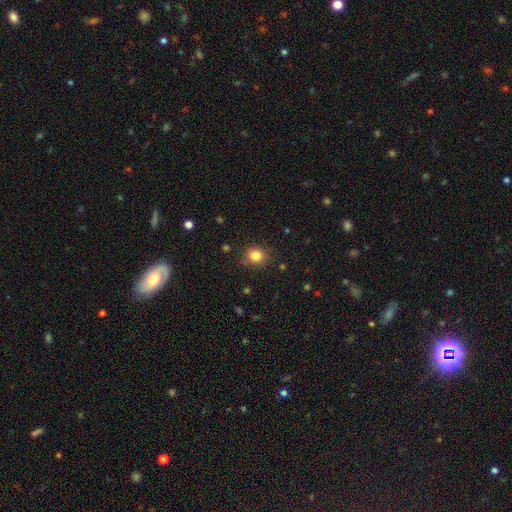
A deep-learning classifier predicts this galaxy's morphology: Smooth or featured: smooth — 83% (star or artifact — 12%)
How rounded: round — 82% (in between — 17%)
Merging: none — 83% (minor disturbance — 12%)